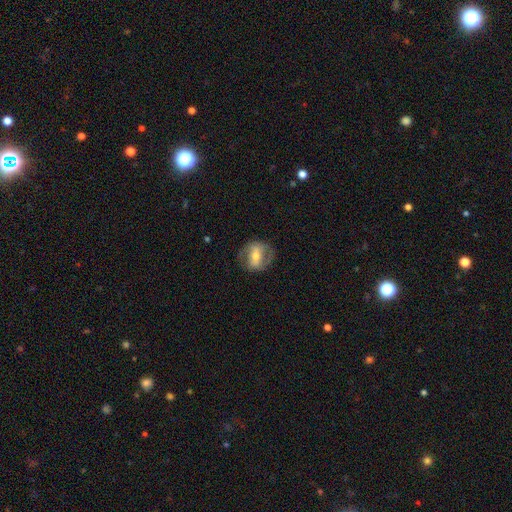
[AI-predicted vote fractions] This appears to be a featured or disk galaxy (54%). Merging: none (75%).